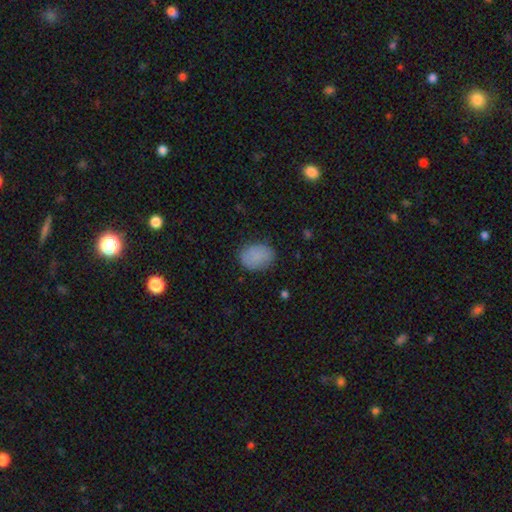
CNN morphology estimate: Smooth or featured?
  - smooth: 85% *
  - star or artifact: 8%
  - featured or disk: 7%
How rounded?
  - in between: 68% *
  - round: 31%
  - cigar-shaped: 1%
Merging?
  - none: 80% *
  - minor disturbance: 15%
  - major disturbance: 4%
  - merger: 1%